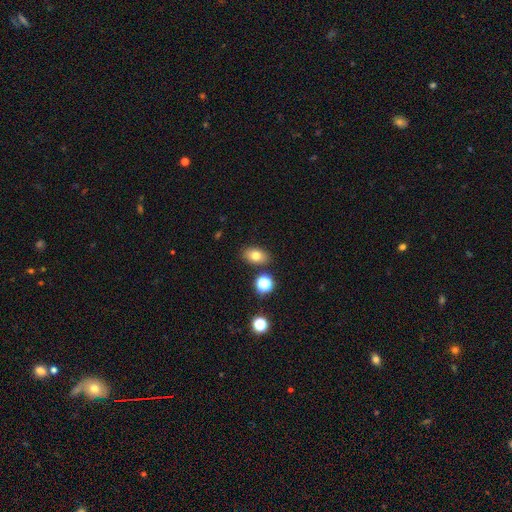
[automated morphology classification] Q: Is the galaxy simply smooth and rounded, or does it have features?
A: smooth — 75%.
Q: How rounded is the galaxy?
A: in between — 81%.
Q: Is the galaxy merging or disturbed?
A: none — 84%.